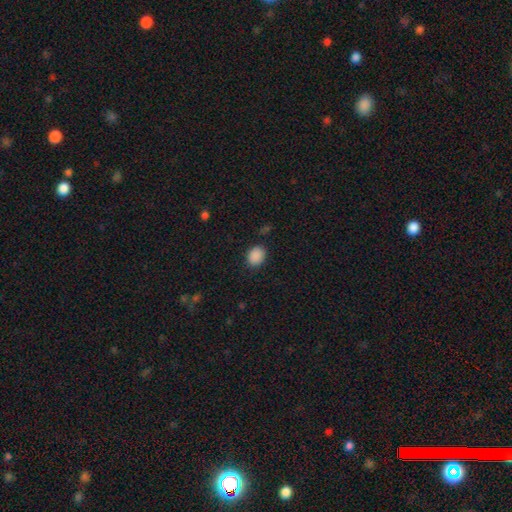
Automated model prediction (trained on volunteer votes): Smooth or featured? Predicted: smooth (p=0.89). How rounded? Predicted: in between (p=0.56). Merging? Predicted: none (p=0.86).